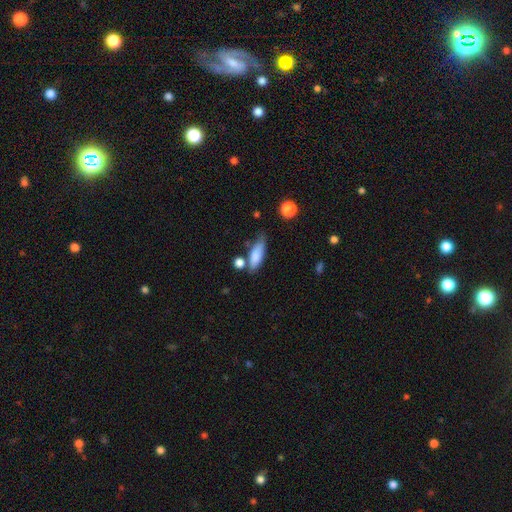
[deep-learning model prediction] smooth 80%, featured or disk 13%, star or artifact 7%. Down the decision tree: how rounded — in between (63%); merging — none (55%).